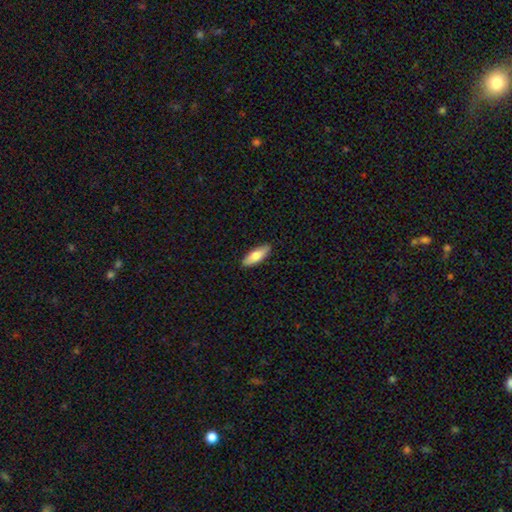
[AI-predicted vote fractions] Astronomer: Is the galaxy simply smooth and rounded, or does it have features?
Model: smooth — 75%.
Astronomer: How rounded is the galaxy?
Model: in between — 64%.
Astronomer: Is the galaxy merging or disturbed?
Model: none — 89%.